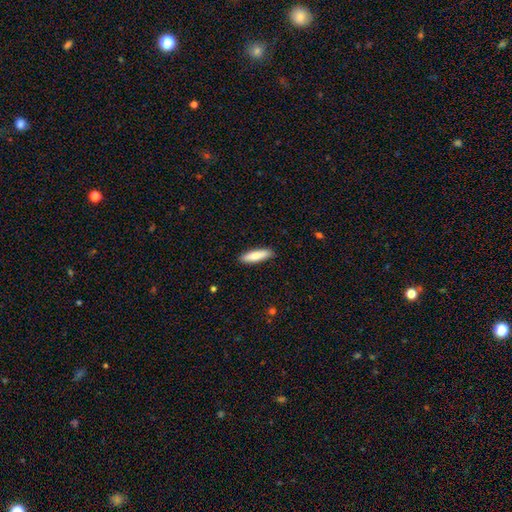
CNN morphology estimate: Overall: smooth (80%). How rounded: cigar-shaped (66%; in between 33%). Merging: none (90%).